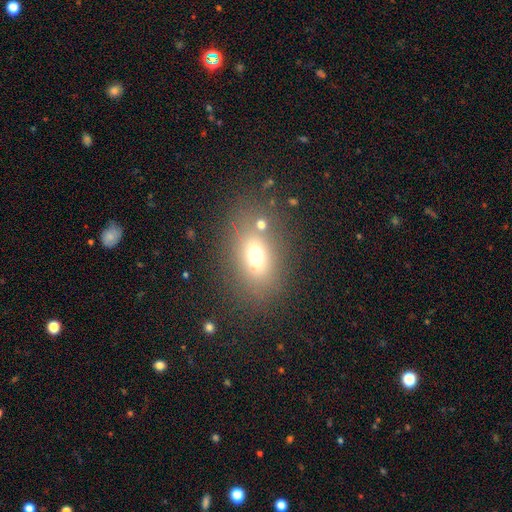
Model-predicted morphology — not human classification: Smooth or featured? smooth (65%)
How rounded? in between (68%)
Merging? none (69%)